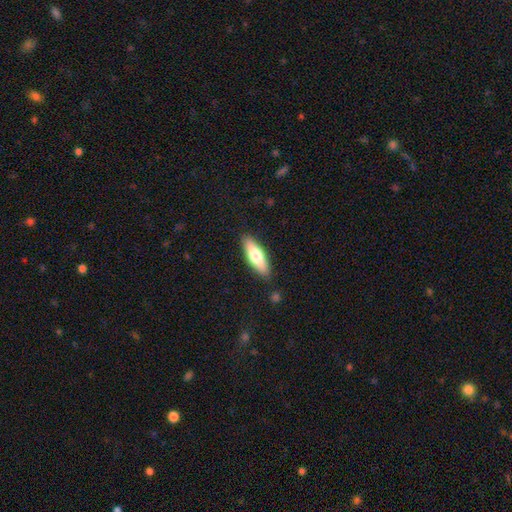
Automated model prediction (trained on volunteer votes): A smooth galaxy with no disk features (65%) that is cigar-shaped (52%).

Vote fractions:
- Smooth or featured? smooth: 65% / featured or disk: 29% / star or artifact: 5%
- How rounded? cigar-shaped: 52% / in between: 46% / round: 2%
- Merging? none: 87% / minor disturbance: 9% / major disturbance: 2% / merger: 2%